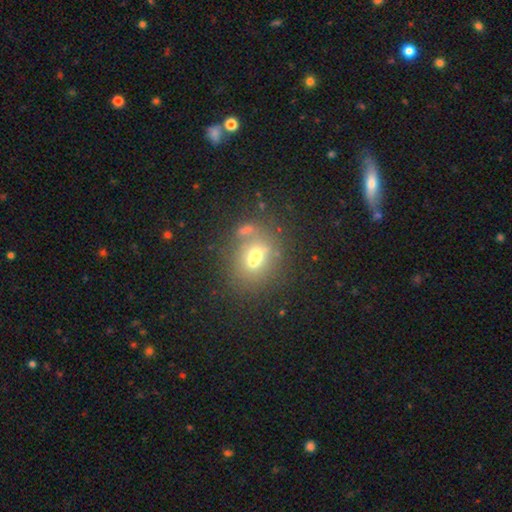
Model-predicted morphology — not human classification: smooth-or-featured: smooth: 56% | featured or disk: 27% | star or artifact: 17%
  how-rounded: round: 68% | in between: 31% | cigar-shaped: 1%
  merging: merger: 43% | none: 42% | minor disturbance: 10% | major disturbance: 6%